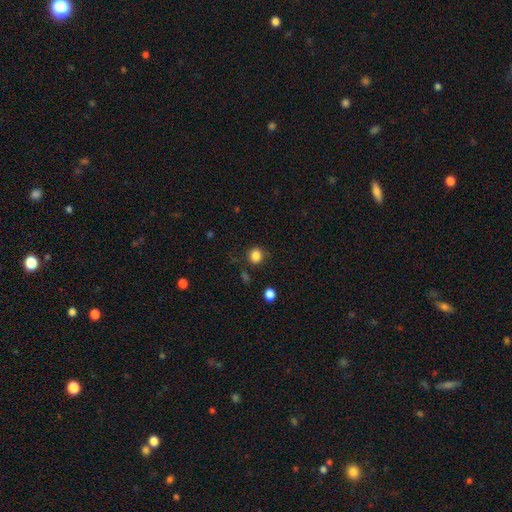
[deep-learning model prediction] A smooth galaxy with no disk features (85%) that is round (74%).

Vote fractions:
- Smooth or featured? smooth: 85% / star or artifact: 11% / featured or disk: 4%
- How rounded? round: 74% / in between: 25% / cigar-shaped: 1%
- Merging? none: 81% / minor disturbance: 12% / major disturbance: 4% / merger: 3%